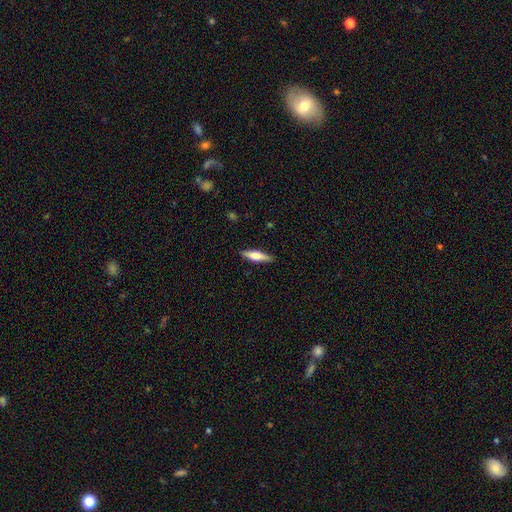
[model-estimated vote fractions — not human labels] smooth_or_featured: smooth (p=0.58) [alt: featured or disk p=0.36]
how_rounded: cigar-shaped (p=0.73) [alt: in between p=0.26]
merging: none (p=0.87) [alt: minor disturbance p=0.10]